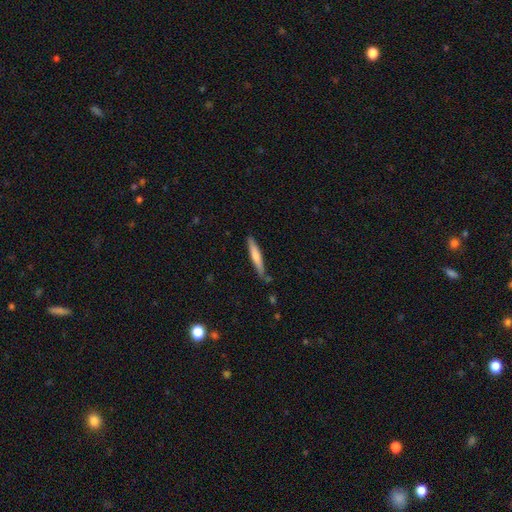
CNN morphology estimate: smooth-or-featured: smooth: 66% | featured or disk: 28% | star or artifact: 5%
  how-rounded: cigar-shaped: 92% | in between: 7% | round: 1%
  merging: none: 77% | minor disturbance: 17% | merger: 3% | major disturbance: 3%